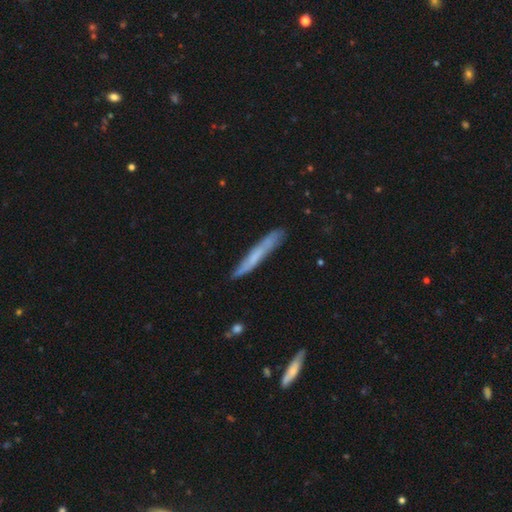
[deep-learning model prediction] A smooth galaxy with no disk features (53%) that is cigar-shaped (95%).

Vote fractions:
- Smooth or featured? smooth: 53% / featured or disk: 40% / star or artifact: 7%
- How rounded? cigar-shaped: 95% / in between: 3% / round: 1%
- Merging? none: 80% / minor disturbance: 15% / major disturbance: 3% / merger: 2%